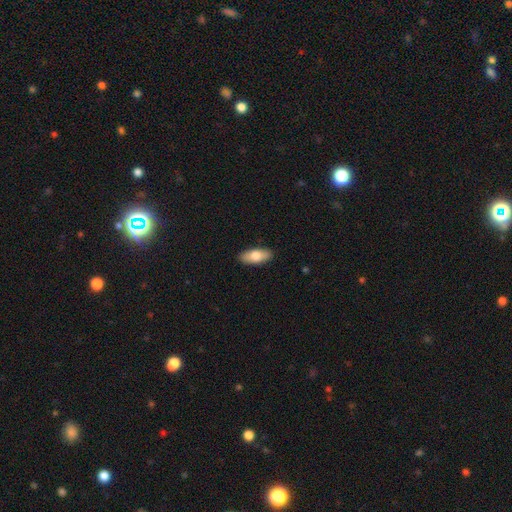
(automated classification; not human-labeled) The model was most divided on "smooth or featured": smooth: 75%, featured or disk: 19%, star or artifact: 6%. More confident: merging — none (90%); how rounded — in between (85%).